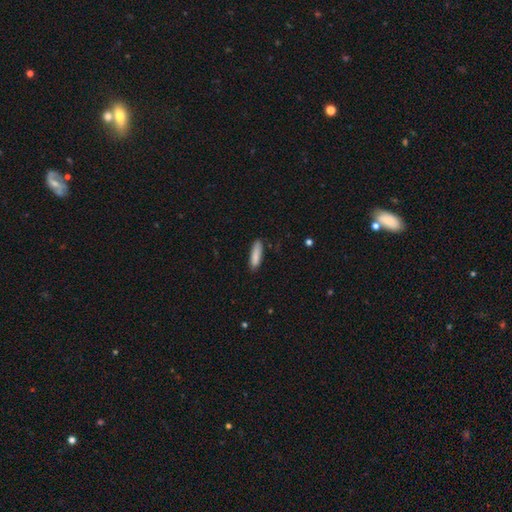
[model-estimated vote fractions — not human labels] Q: Smooth or featured?
A: smooth (86%); runner-up: featured or disk (8%)
Q: How rounded?
A: cigar-shaped (66%); runner-up: in between (32%)
Q: Merging?
A: none (82%); runner-up: minor disturbance (14%)